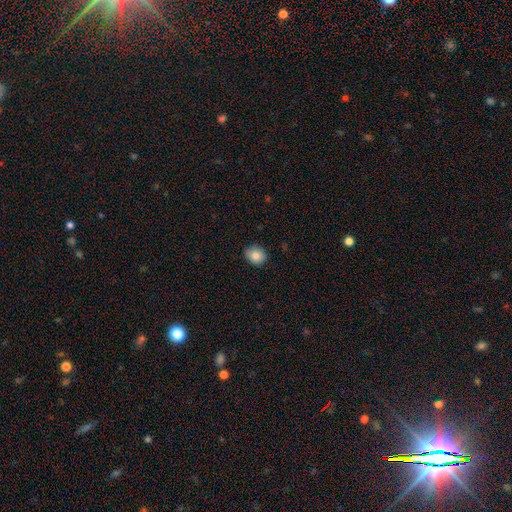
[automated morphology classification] Smooth or featured? smooth (86%)
How rounded? round (60%)
Merging? none (86%)